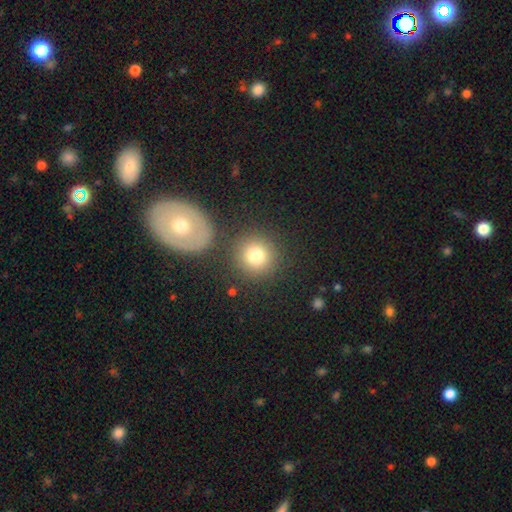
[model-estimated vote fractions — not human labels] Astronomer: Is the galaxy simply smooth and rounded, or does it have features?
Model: smooth — 79%.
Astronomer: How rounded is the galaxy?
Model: round — 93%.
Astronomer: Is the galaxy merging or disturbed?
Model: none — 81%.